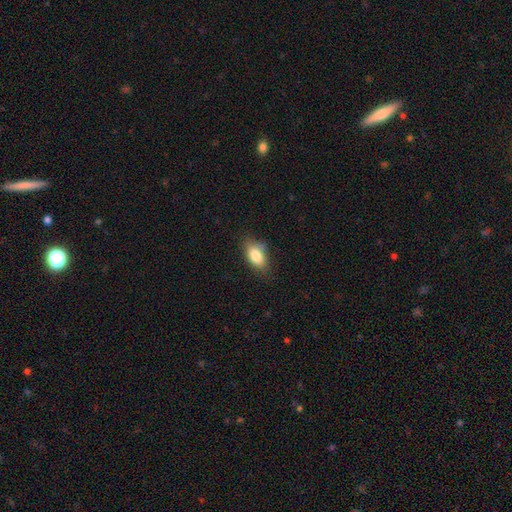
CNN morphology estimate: Q: Smooth or featured?
A: smooth (83%); runner-up: featured or disk (9%)
Q: How rounded?
A: in between (88%); runner-up: round (8%)
Q: Merging?
A: none (70%); runner-up: minor disturbance (23%)